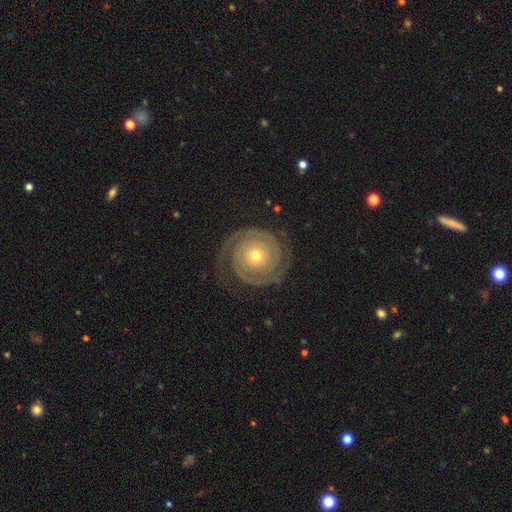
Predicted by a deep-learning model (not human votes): featured or disk 90%, smooth 6%, star or artifact 4%. Down the decision tree: edge-on disk — no (98%); bar — no (82%); spiral arms — yes (97%); spiral arm count — 2 (85%); spiral winding — tight (83%); bulge size — moderate (53%); merging — none (82%).